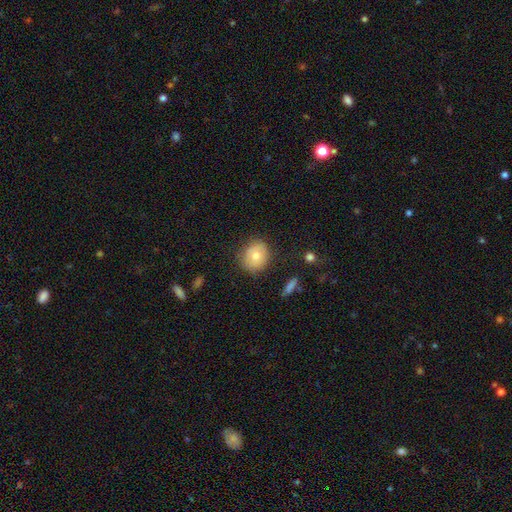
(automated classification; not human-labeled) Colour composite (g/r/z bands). It shows a smooth galaxy with no disk features (73%) that is round (69%). Merging: none (80%).